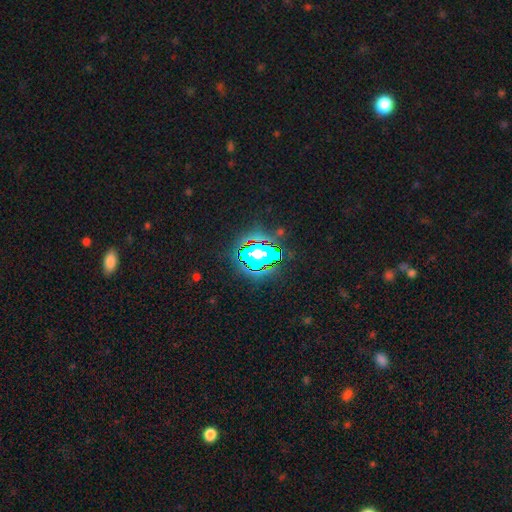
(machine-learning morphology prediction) A star or artifact, not a galaxy (57%).